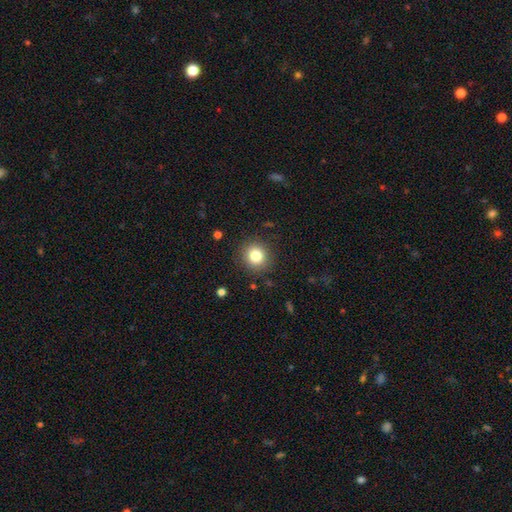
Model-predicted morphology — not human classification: Smooth or featured? Predicted: smooth (p=0.81). How rounded? Predicted: round (p=0.91). Merging? Predicted: none (p=0.89).